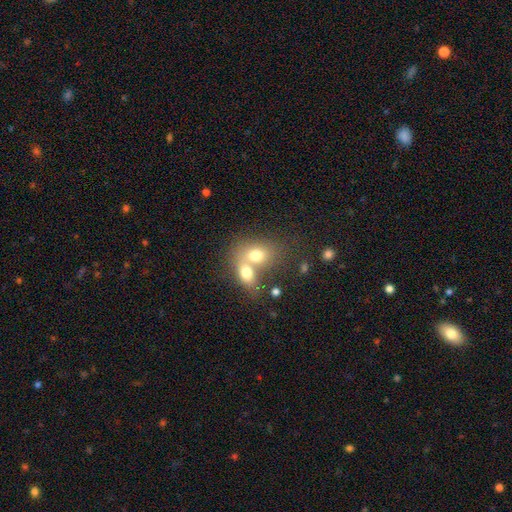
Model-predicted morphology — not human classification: Smooth or featured? smooth (71%)
How rounded? in between (66%)
Merging? merger (68%)